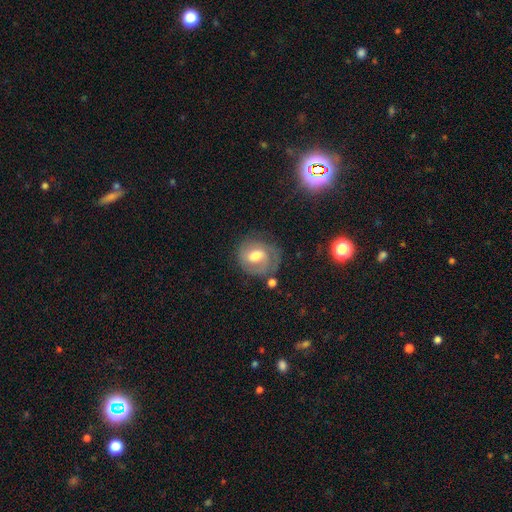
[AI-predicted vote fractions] Smooth or featured: featured or disk — 69% (smooth — 23%)
Edge-on disk: no — 97% (yes — 3%)
Bar: weak — 53% (no — 29%)
Spiral arms: yes — 88% (no — 12%)
Spiral winding: tight — 53% (medium — 36%)
Spiral arm count: 2 — 58% (can't tell — 17%)
Bulge size: moderate — 65% (large — 18%)
Merging: none — 68% (minor disturbance — 19%)